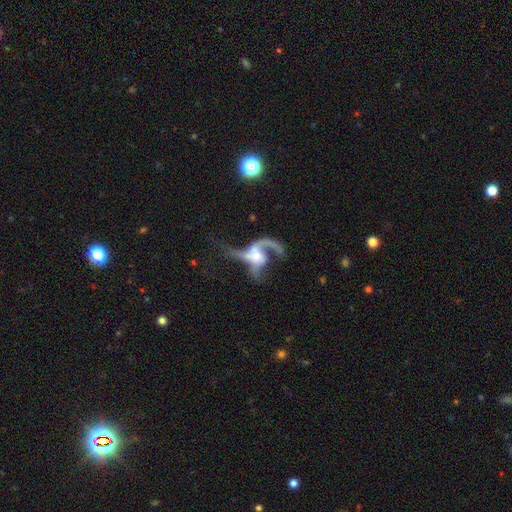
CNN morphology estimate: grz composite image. It shows a featured or disk galaxy (75%) with no bar (64%), 2 (37%) loose (74%) spiral arms (74%) and a moderate central bulge (53%). Merging: major disturbance (45%).